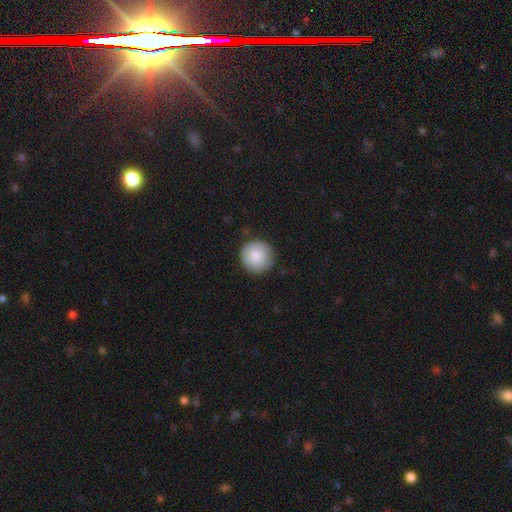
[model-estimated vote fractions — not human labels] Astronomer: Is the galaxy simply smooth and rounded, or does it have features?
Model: smooth — 85%.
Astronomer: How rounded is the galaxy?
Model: round — 96%.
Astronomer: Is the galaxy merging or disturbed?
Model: none — 86%.